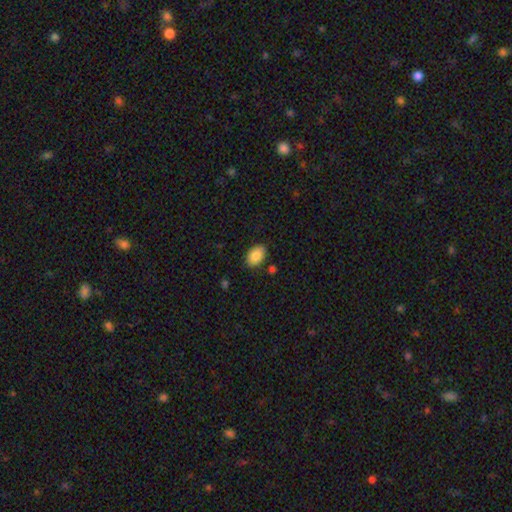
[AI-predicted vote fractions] smooth 86%, star or artifact 7%, featured or disk 6%. Down the decision tree: how rounded — in between (87%); merging — none (84%).